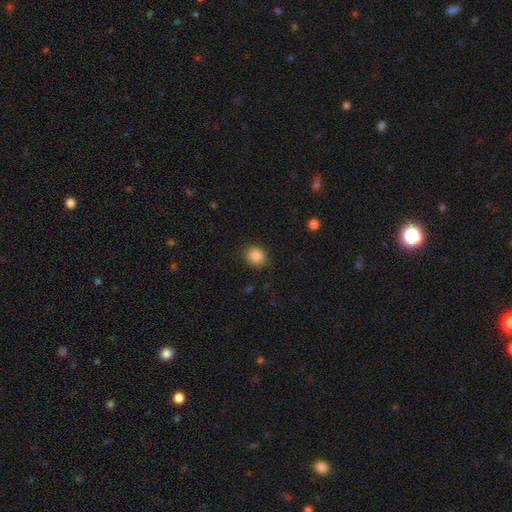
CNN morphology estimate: type=smooth (87%); roundness=round (72%); merging=none (86%).